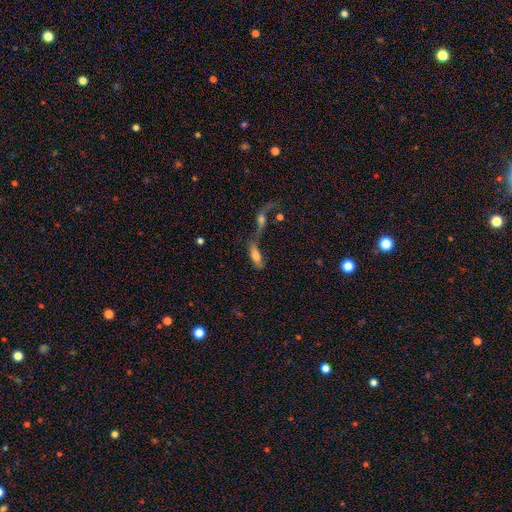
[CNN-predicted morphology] smooth 65%, featured or disk 26%, star or artifact 10%. Down the decision tree: how rounded — in between (69%); merging — merger (51%).